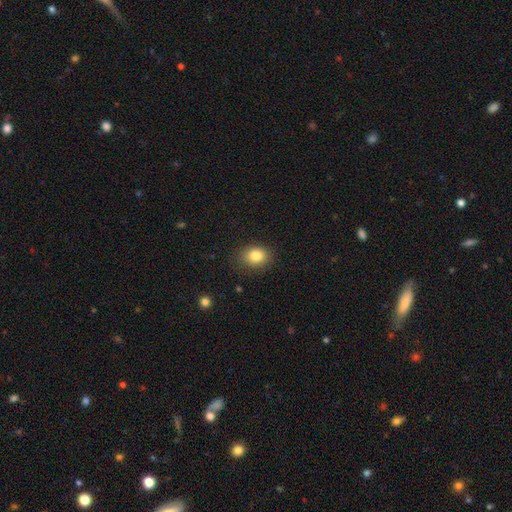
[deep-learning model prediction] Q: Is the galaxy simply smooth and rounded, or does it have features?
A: smooth — 83%.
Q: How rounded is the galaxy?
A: in between — 58%.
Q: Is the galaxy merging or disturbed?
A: none — 80%.